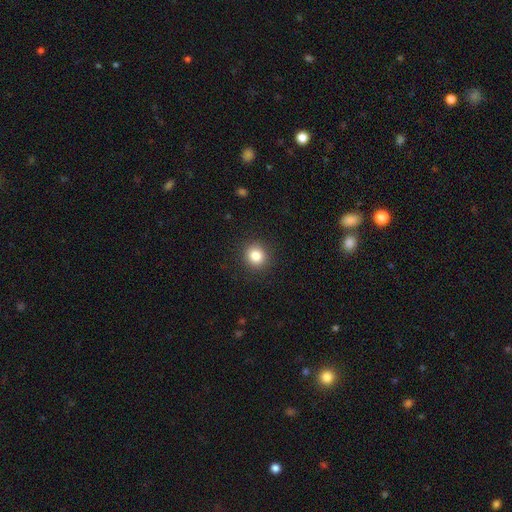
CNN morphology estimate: smooth_or_featured: smooth (p=0.84) [alt: star or artifact p=0.11]
how_rounded: round (p=0.89) [alt: in between p=0.10]
merging: none (p=0.91) [alt: minor disturbance p=0.06]